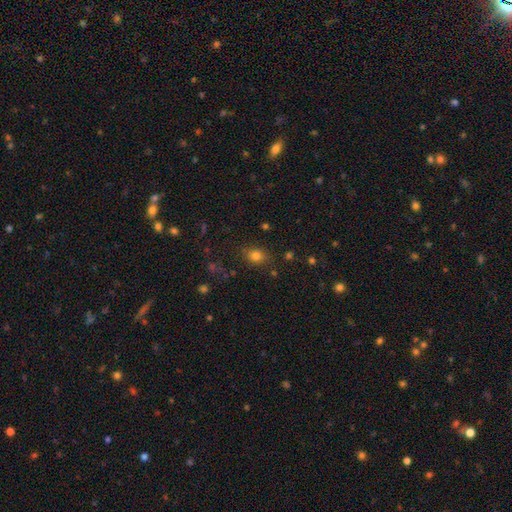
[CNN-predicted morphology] Smooth or featured? Predicted: smooth (p=0.78). How rounded? Predicted: round (p=0.50). Merging? Predicted: none (p=0.81).